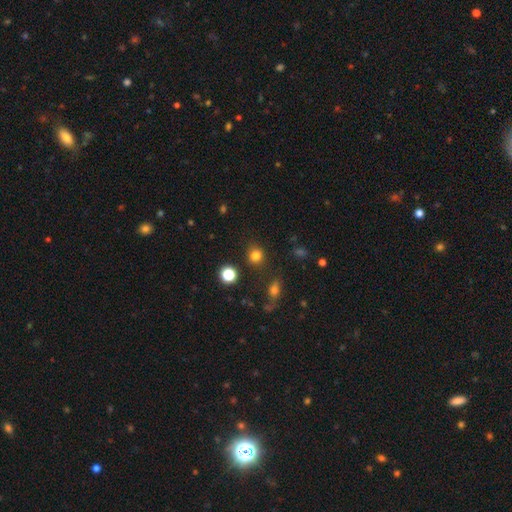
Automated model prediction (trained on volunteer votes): This appears to be a smooth galaxy with no disk features (79%) that is round (84%). Merging: none (83%).